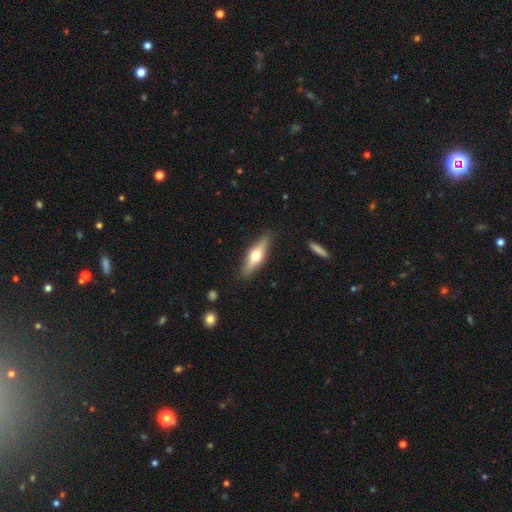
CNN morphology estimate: smooth_or_featured: featured or disk (p=0.51) [alt: smooth p=0.43]
disk_edge_on: yes (p=0.91) [alt: no p=0.09]
merging: none (p=0.87) [alt: minor disturbance p=0.10]